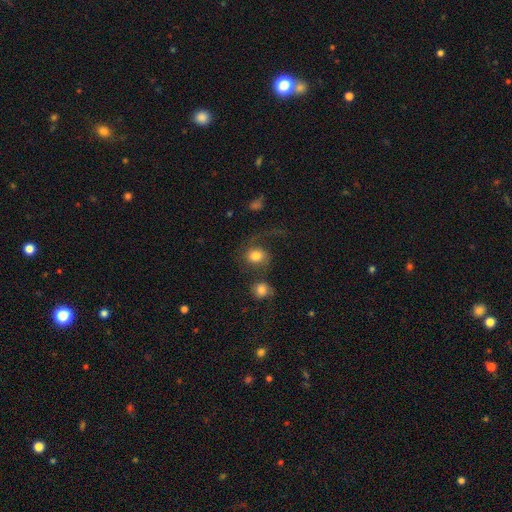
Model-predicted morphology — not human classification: smooth_or_featured: smooth (p=0.62) [alt: featured or disk p=0.28]
how_rounded: round (p=0.69) [alt: in between p=0.30]
merging: major disturbance (p=0.35) [alt: none p=0.32]